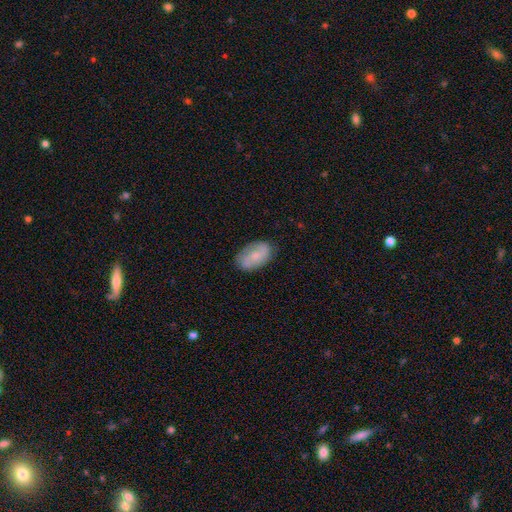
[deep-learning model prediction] smooth_or_featured: featured or disk (p=0.52) [alt: smooth p=0.40]
disk_edge_on: no (p=0.96) [alt: yes p=0.04]
bar: no (p=0.59) [alt: weak p=0.35]
has_spiral_arms: yes (p=0.87) [alt: no p=0.13]
bulge_size: small (p=0.52) [alt: moderate p=0.29]
merging: none (p=0.78) [alt: minor disturbance p=0.17]